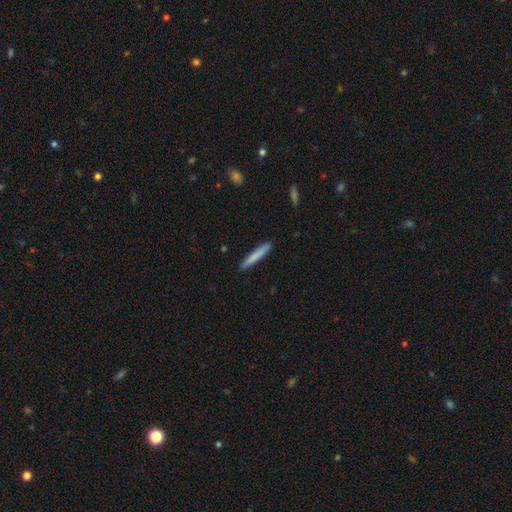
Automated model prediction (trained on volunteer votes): Q: Smooth or featured?
A: smooth (79%); runner-up: featured or disk (15%)
Q: How rounded?
A: cigar-shaped (95%); runner-up: in between (4%)
Q: Merging?
A: none (91%); runner-up: minor disturbance (6%)